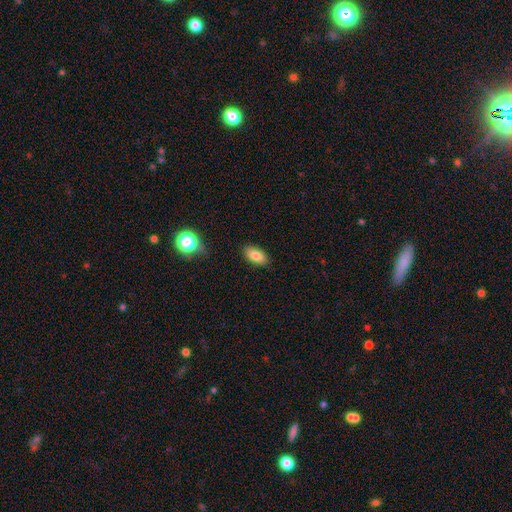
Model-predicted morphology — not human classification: smooth 83%, featured or disk 9%, star or artifact 9%. Down the decision tree: how rounded — in between (91%); merging — none (87%).